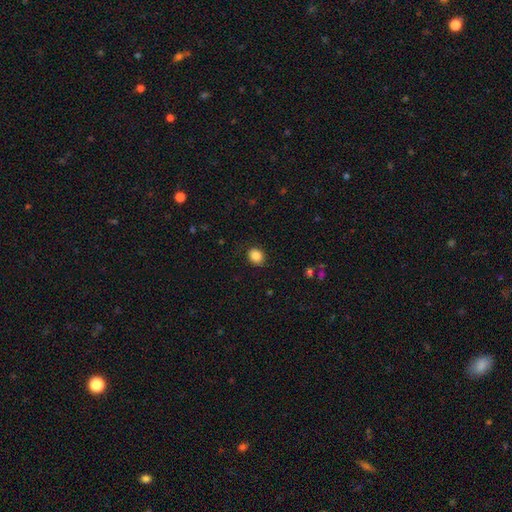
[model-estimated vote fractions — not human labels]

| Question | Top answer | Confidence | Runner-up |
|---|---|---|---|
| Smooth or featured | smooth | 86% | star or artifact (9%) |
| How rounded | round | 58% | in between (41%) |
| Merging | none | 86% | minor disturbance (10%) |